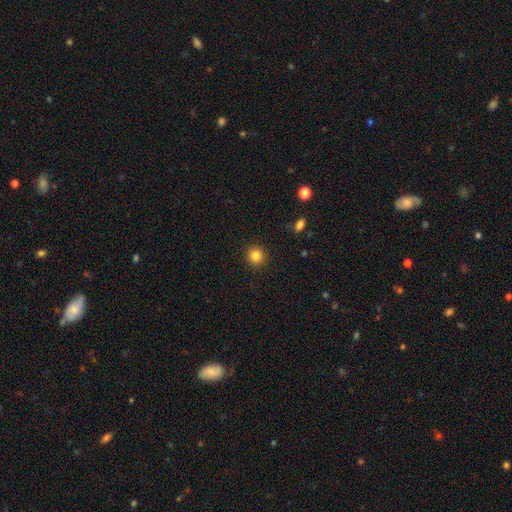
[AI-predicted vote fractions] Morphology: type=smooth (84%); roundness=round (93%); merging=none (92%).